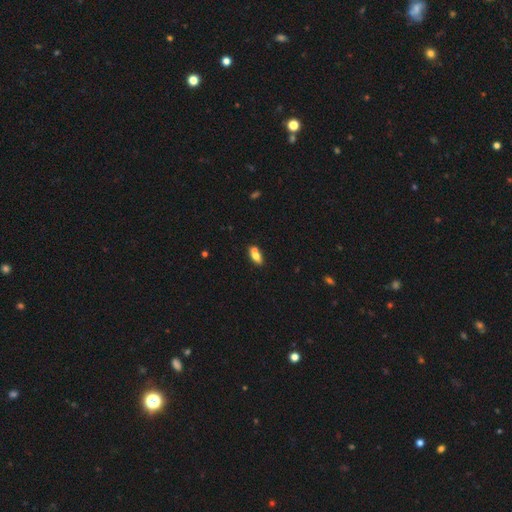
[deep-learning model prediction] A smooth galaxy with no disk features (70%) that is in between round and cigar-shaped (81%).

Vote fractions:
- Smooth or featured? smooth: 70% / featured or disk: 21% / star or artifact: 8%
- How rounded? in between: 81% / cigar-shaped: 13% / round: 6%
- Merging? none: 48% / merger: 36% / minor disturbance: 12% / major disturbance: 4%